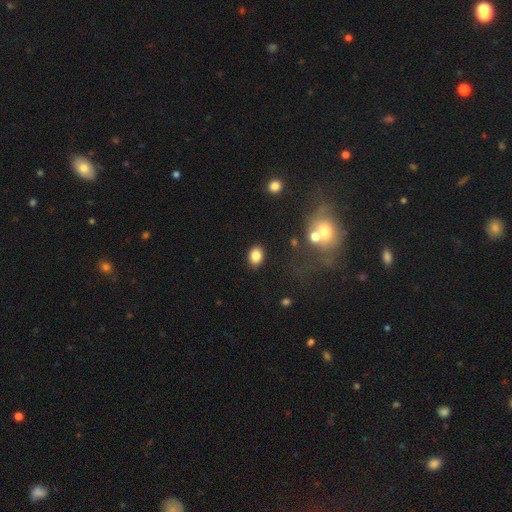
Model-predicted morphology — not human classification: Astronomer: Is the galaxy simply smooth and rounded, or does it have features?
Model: smooth — 84%.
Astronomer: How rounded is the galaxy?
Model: in between — 68%.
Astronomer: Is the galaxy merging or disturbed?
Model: none — 87%.